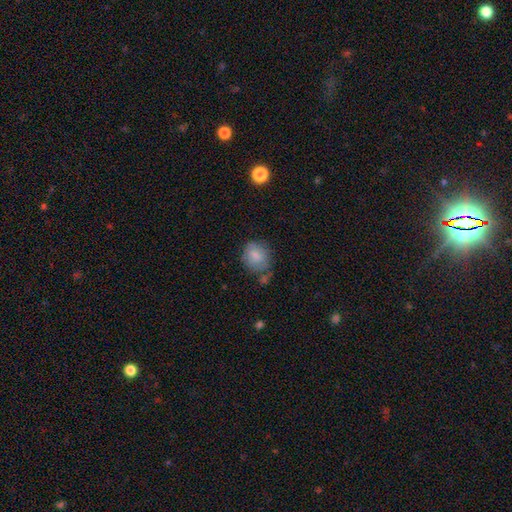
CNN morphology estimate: Smooth or featured: smooth — 81% (featured or disk — 11%)
How rounded: round — 65% (in between — 34%)
Merging: none — 61% (minor disturbance — 23%)